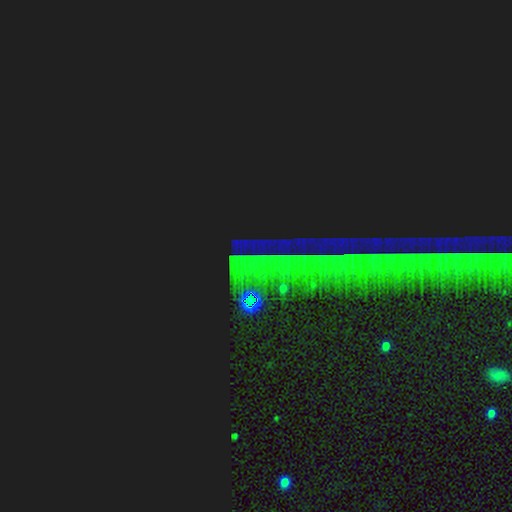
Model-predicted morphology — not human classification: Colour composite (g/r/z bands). It shows a star or artifact, not a galaxy (81%).